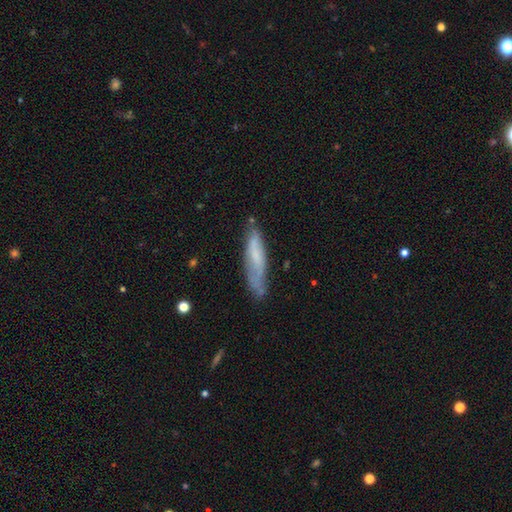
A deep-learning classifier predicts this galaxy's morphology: Smooth or featured? Predicted: smooth (p=0.55). How rounded? Predicted: cigar-shaped (p=0.80). Merging? Predicted: none (p=0.64).